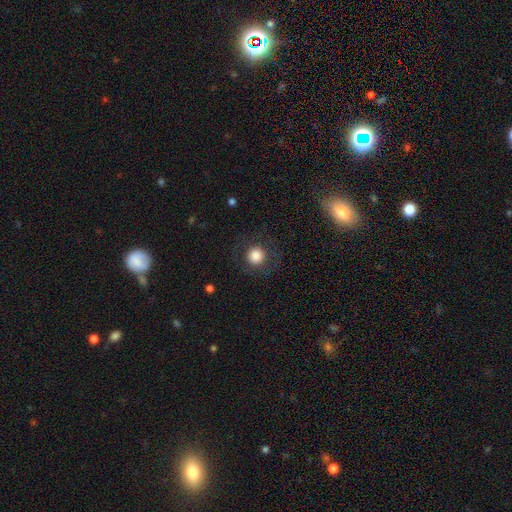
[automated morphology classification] This is clearly a smooth galaxy (80%). How rounded: clearly round (94%). Merging: clearly none (84%).